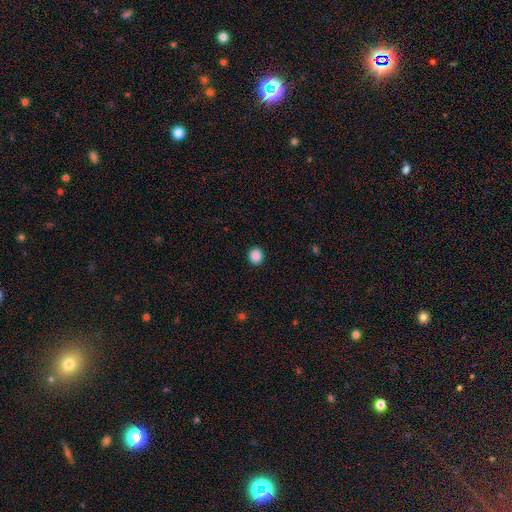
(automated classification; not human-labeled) Q: Smooth or featured?
A: smooth (89%); runner-up: star or artifact (9%)
Q: How rounded?
A: round (76%); runner-up: in between (23%)
Q: Merging?
A: none (91%); runner-up: minor disturbance (6%)